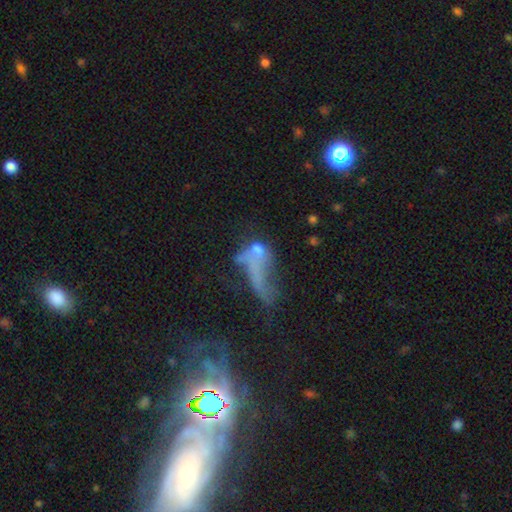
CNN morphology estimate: Overall: featured or disk (40%; smooth 36%). Merging: major disturbance (41%; merger 24%).